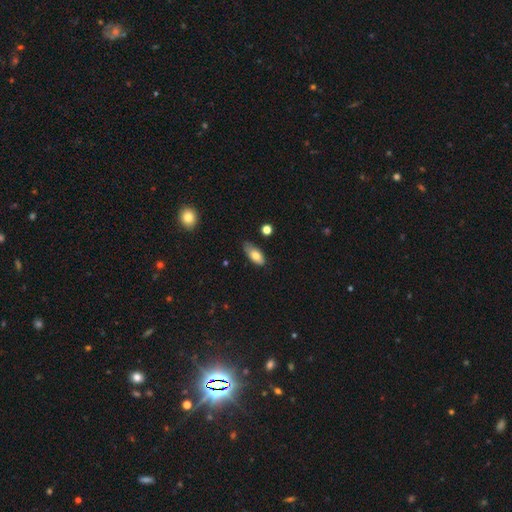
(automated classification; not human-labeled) smooth 76%, featured or disk 17%, star or artifact 7%. Down the decision tree: how rounded — in between (87%); merging — none (64%).